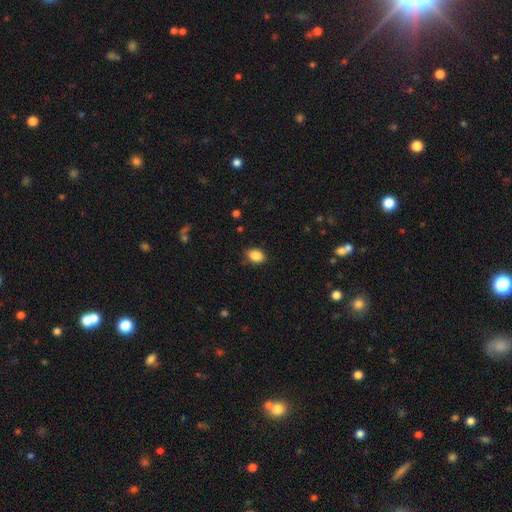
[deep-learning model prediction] Smooth or featured? smooth (87%)
How rounded? in between (80%)
Merging? none (85%)